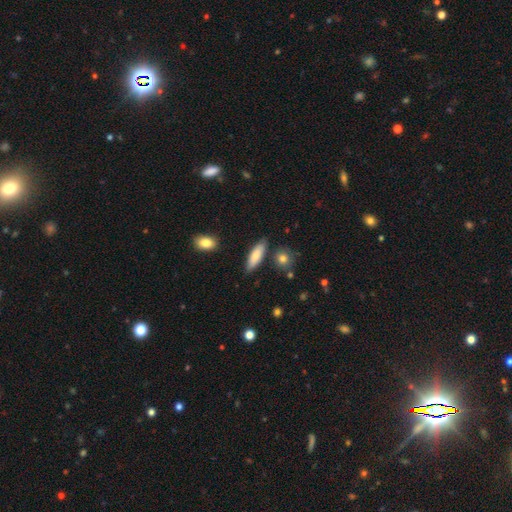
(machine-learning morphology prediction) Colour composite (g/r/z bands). It shows a smooth galaxy with no disk features (78%) that is in between round and cigar-shaped (49%, tied with cigar-shaped). Merging: none (82%).